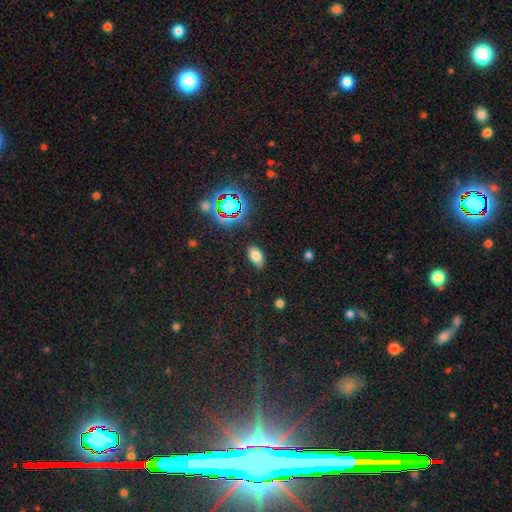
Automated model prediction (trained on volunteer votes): Q: Smooth or featured?
A: smooth (76%); runner-up: star or artifact (16%)
Q: How rounded?
A: in between (90%); runner-up: round (7%)
Q: Merging?
A: none (78%); runner-up: minor disturbance (17%)